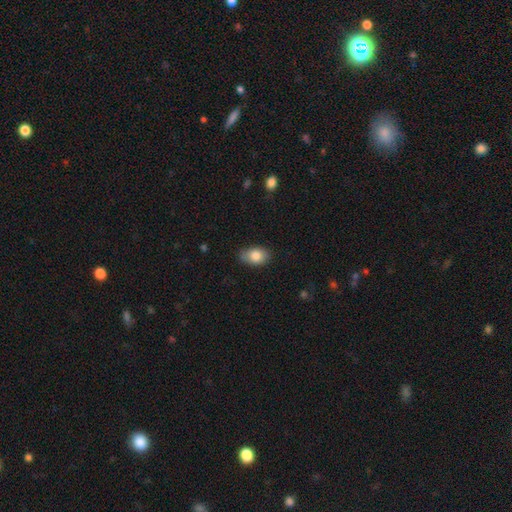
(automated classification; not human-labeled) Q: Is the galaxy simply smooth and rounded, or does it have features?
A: smooth — 84%.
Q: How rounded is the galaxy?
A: in between — 87%.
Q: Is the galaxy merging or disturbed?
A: none — 78%.